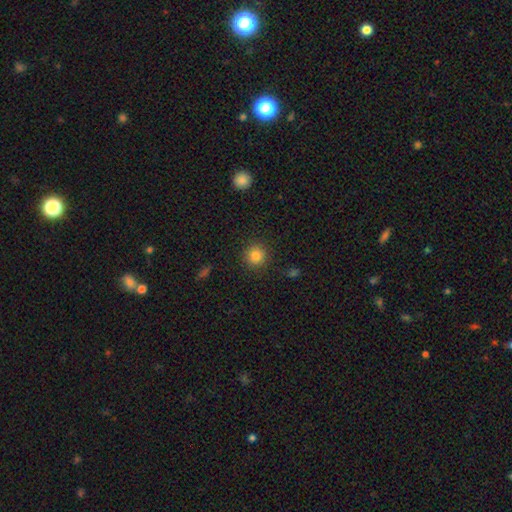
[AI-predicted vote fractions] Q: Smooth or featured?
A: smooth (83%); runner-up: star or artifact (12%)
Q: How rounded?
A: round (94%); runner-up: in between (5%)
Q: Merging?
A: none (91%); runner-up: minor disturbance (6%)